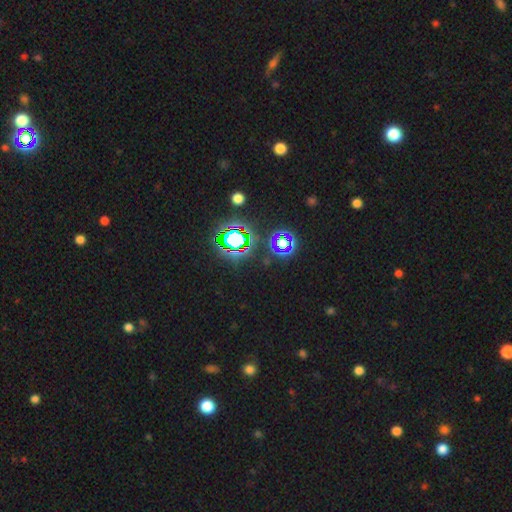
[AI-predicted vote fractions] Smooth or featured: star or artifact — 76% (smooth — 16%)